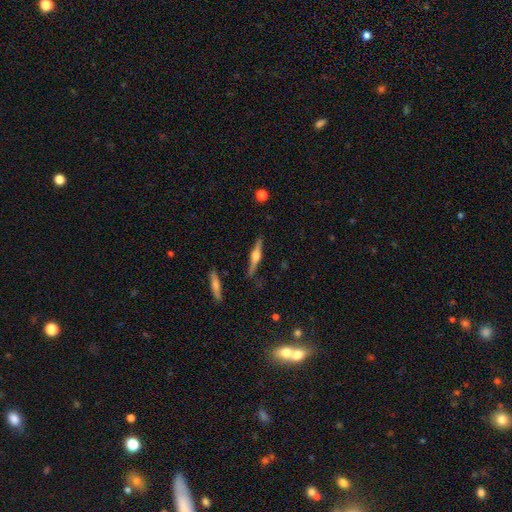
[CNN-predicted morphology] This appears to be a featured or disk galaxy (74%) viewed edge-on (98%) with a rounded central bulge (92%). Merging: none (88%).